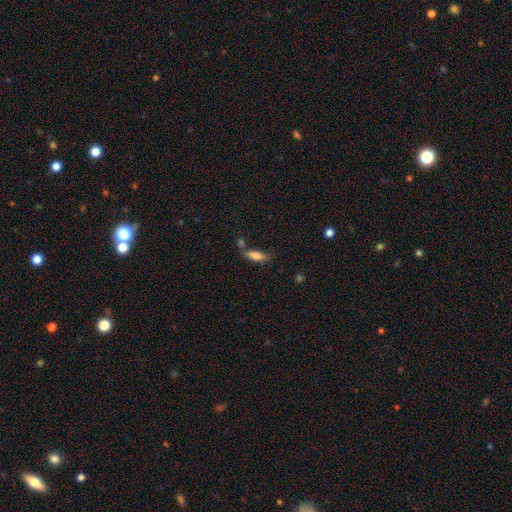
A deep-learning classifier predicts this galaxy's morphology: Smooth or featured: smooth — 79% (featured or disk — 13%)
How rounded: in between — 59% (cigar-shaped — 38%)
Merging: none — 59% (minor disturbance — 20%)